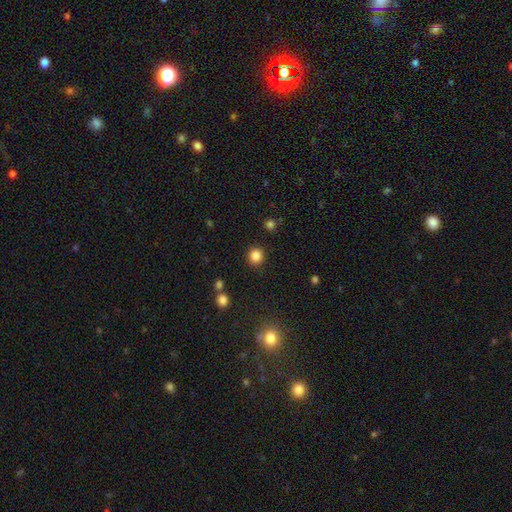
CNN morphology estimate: Q: Smooth or featured?
A: smooth (84%); runner-up: star or artifact (12%)
Q: How rounded?
A: round (90%); runner-up: in between (9%)
Q: Merging?
A: none (89%); runner-up: minor disturbance (6%)